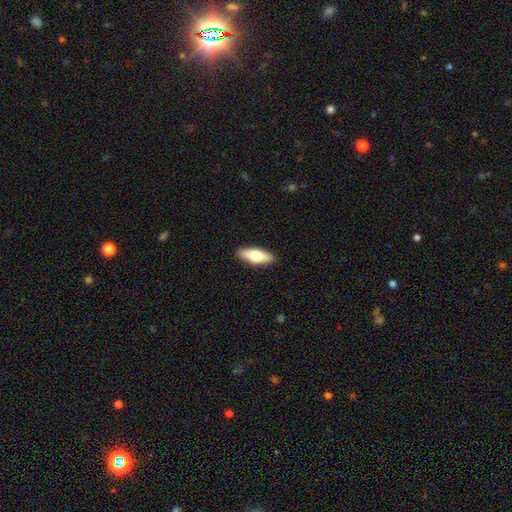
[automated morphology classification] Smooth or featured: smooth — 58% (featured or disk — 36%)
How rounded: in between — 57% (cigar-shaped — 40%)
Merging: none — 90% (minor disturbance — 7%)